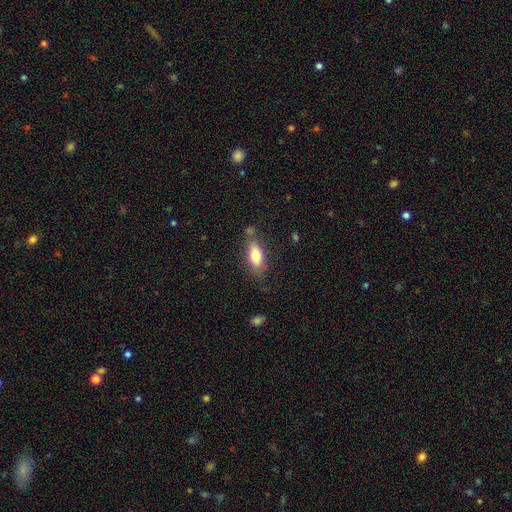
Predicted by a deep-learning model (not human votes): smooth-or-featured: smooth: 75% | featured or disk: 18% | star or artifact: 7%
  how-rounded: in between: 76% | cigar-shaped: 21% | round: 3%
  merging: none: 69% | minor disturbance: 19% | merger: 7% | major disturbance: 5%